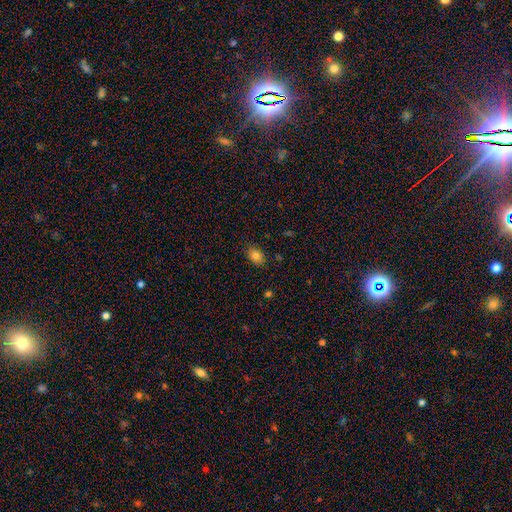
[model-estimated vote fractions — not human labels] This is clearly a smooth galaxy (82%). How rounded: likely in between (76%). Merging: clearly none (84%).